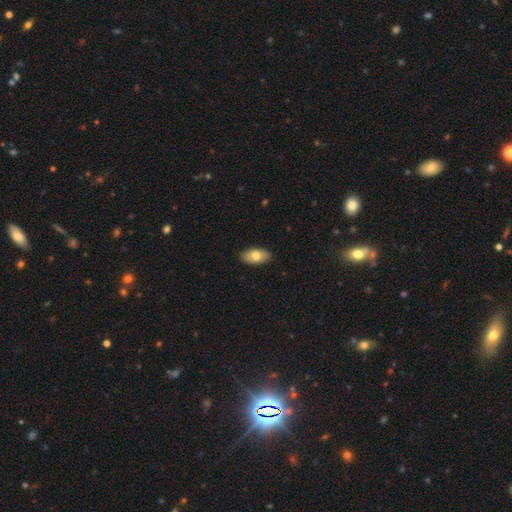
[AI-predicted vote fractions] smooth-or-featured: smooth: 77% | featured or disk: 17% | star or artifact: 6%
  how-rounded: in between: 92% | cigar-shaped: 5% | round: 3%
  merging: none: 89% | minor disturbance: 9% | major disturbance: 2% | merger: 1%